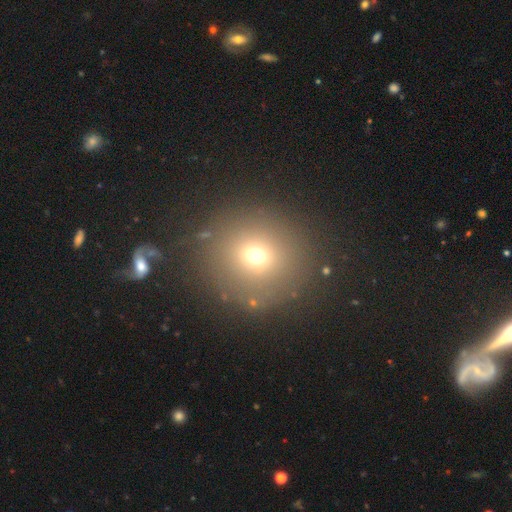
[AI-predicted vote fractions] Morphology: type=smooth (66%); roundness=round (92%); merging=none (83%).